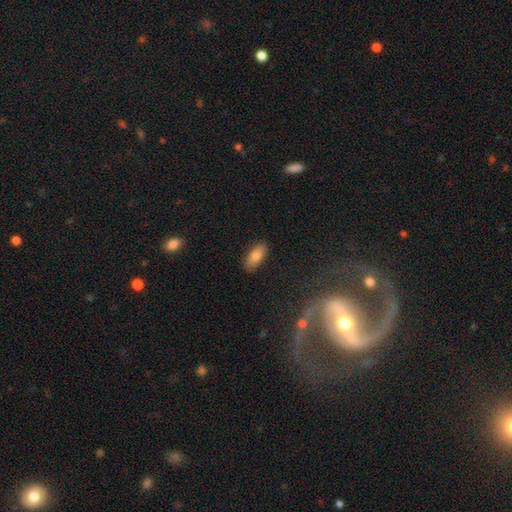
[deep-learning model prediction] Smooth or featured?
  - smooth: 80% *
  - featured or disk: 12%
  - star or artifact: 8%
How rounded?
  - in between: 84% *
  - cigar-shaped: 13%
  - round: 2%
Merging?
  - none: 88% *
  - minor disturbance: 9%
  - major disturbance: 2%
  - merger: 1%